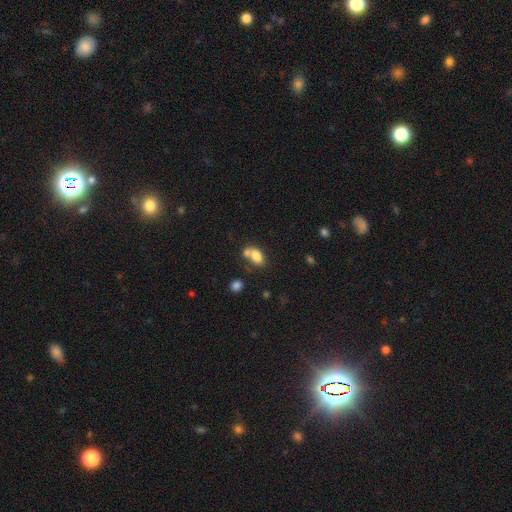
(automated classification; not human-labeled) A smooth galaxy with no disk features (79%) that is in between round and cigar-shaped (81%). Merging: merger (43%).